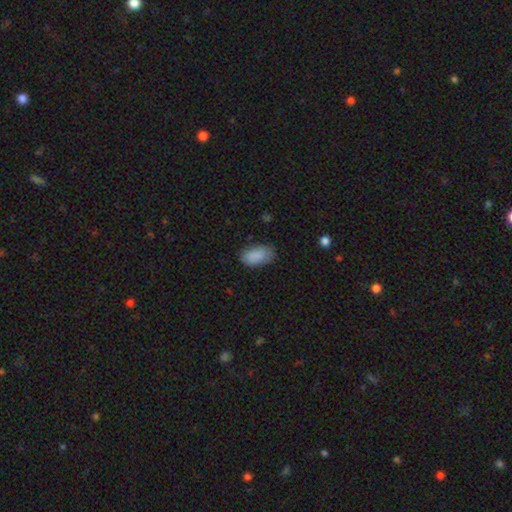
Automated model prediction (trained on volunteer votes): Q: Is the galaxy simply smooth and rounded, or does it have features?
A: smooth — 89%.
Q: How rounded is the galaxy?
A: in between — 94%.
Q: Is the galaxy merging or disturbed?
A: none — 77%.